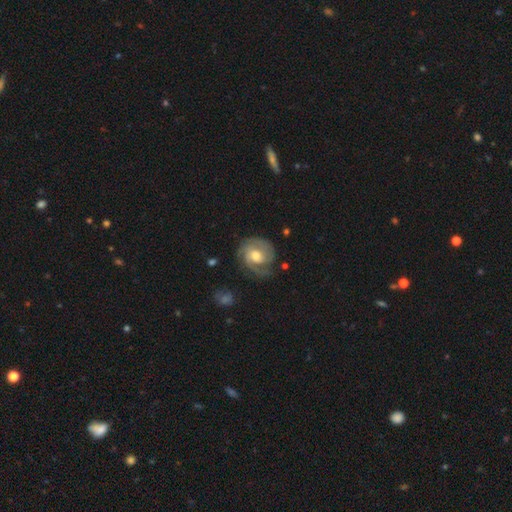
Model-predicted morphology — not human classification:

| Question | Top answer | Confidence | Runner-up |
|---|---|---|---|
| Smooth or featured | featured or disk | 83% | smooth (12%) |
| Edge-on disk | no | 98% | yes (2%) |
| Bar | no | 63% | weak (31%) |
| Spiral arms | yes | 95% | no (5%) |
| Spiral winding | tight | 59% | medium (33%) |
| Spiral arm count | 2 | 40% | 3 (25%) |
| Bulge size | moderate | 71% | small (15%) |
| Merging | none | 70% | minor disturbance (20%) |